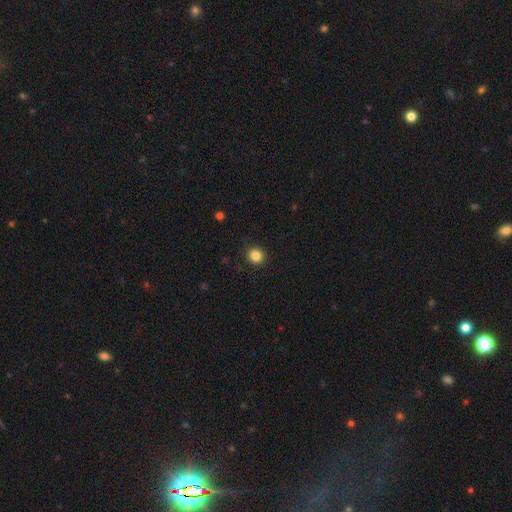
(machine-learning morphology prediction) Overall: smooth (85%). How rounded: round (91%). Merging: none (91%).